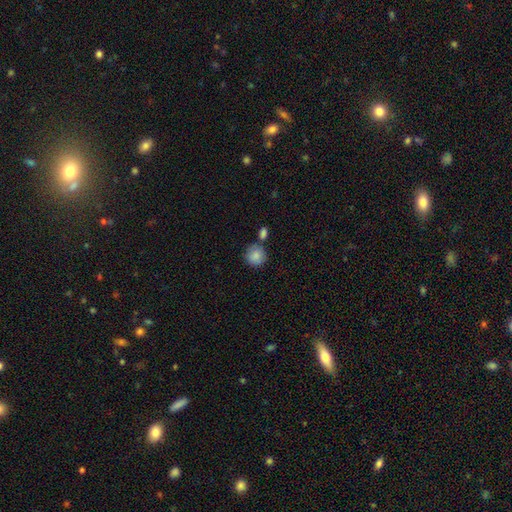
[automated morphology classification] A smooth galaxy with no disk features (87%) that is round (90%).

Vote fractions:
- Smooth or featured? smooth: 87% / star or artifact: 7% / featured or disk: 5%
- How rounded? round: 90% / in between: 9% / cigar-shaped: 1%
- Merging? none: 71% / merger: 15% / minor disturbance: 11% / major disturbance: 3%